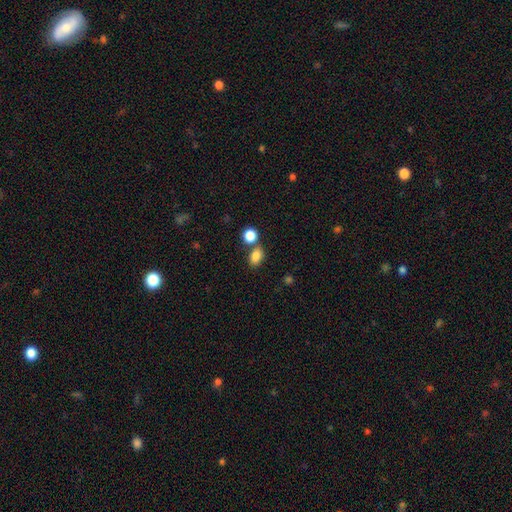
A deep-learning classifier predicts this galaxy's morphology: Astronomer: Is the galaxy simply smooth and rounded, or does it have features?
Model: smooth — 84%.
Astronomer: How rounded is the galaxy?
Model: in between — 72%.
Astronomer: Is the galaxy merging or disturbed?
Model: none — 63%.